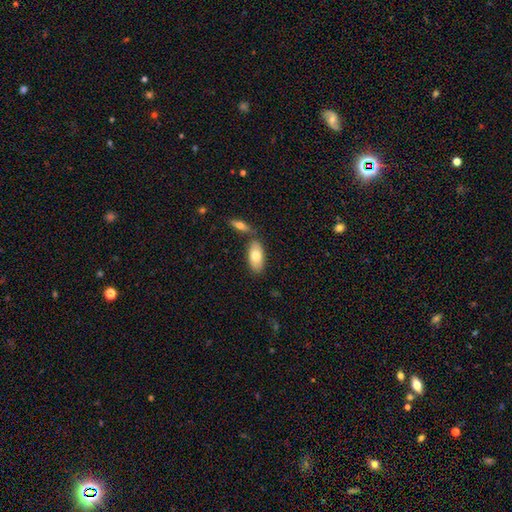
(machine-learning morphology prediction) type=smooth (75%); roundness=in between (90%); merging=none (70%).